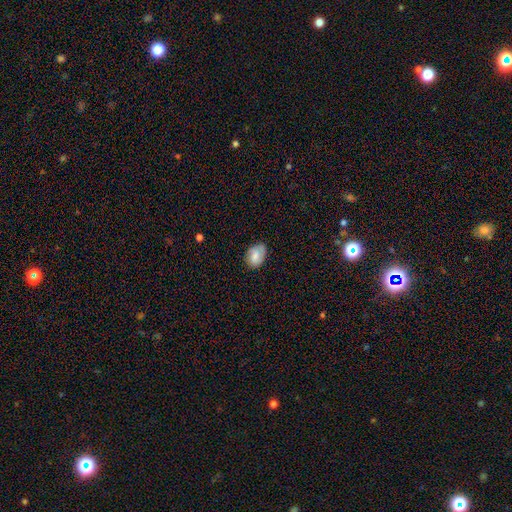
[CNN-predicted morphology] Q: Smooth or featured?
A: smooth (71%); runner-up: featured or disk (21%)
Q: How rounded?
A: in between (79%); runner-up: round (20%)
Q: Merging?
A: none (68%); runner-up: minor disturbance (25%)